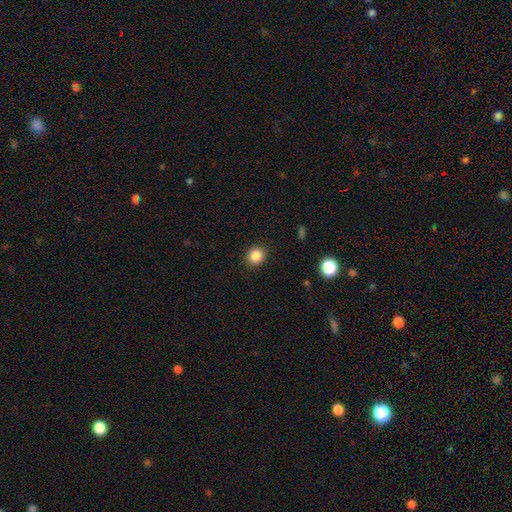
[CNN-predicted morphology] Smooth or featured? Predicted: smooth (p=0.86). How rounded? Predicted: round (p=0.85). Merging? Predicted: none (p=0.91).